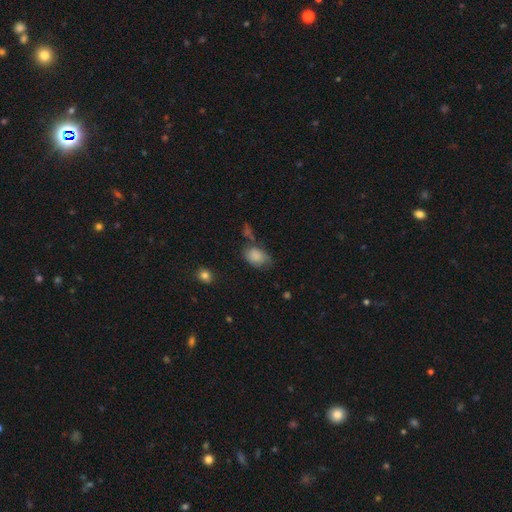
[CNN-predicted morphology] A smooth galaxy with no disk features (81%) that is in between round and cigar-shaped (79%).

Vote fractions:
- Smooth or featured? smooth: 81% / featured or disk: 11% / star or artifact: 9%
- How rounded? in between: 79% / round: 20% / cigar-shaped: 1%
- Merging? none: 52% / minor disturbance: 29% / major disturbance: 11% / merger: 8%